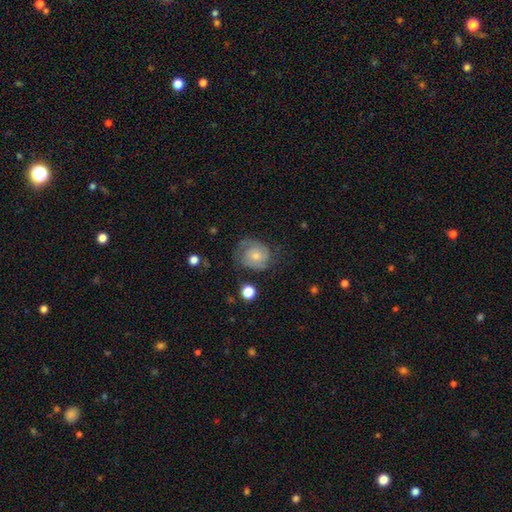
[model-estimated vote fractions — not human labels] Smooth or featured?
  - featured or disk: 56% *
  - smooth: 36%
  - star or artifact: 8%
Edge-on disk?
  - no: 97% *
  - yes: 3%
Bar?
  - no: 76% *
  - weak: 21%
  - strong: 3%
Spiral arms?
  - yes: 84% *
  - no: 16%
Bulge size?
  - small: 50% *
  - moderate: 40%
  - none: 5%
  - large: 4%
  - dominant: 1%
Merging?
  - none: 57% *
  - minor disturbance: 25%
  - major disturbance: 16%
  - merger: 2%